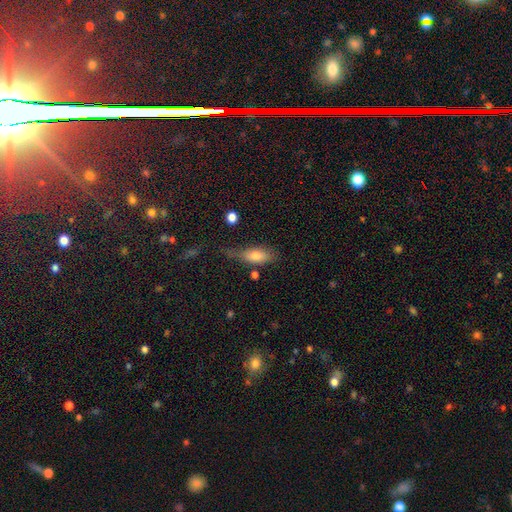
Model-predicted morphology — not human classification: smooth_or_featured: smooth (p=0.74) [alt: featured or disk p=0.17]
how_rounded: in between (p=0.74) [alt: cigar-shaped p=0.22]
merging: none (p=0.48) [alt: minor disturbance p=0.32]